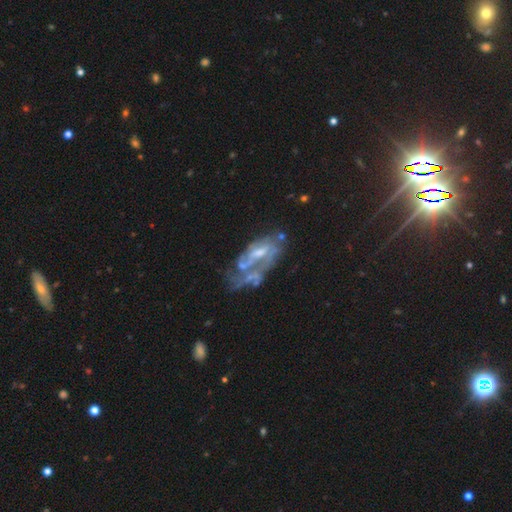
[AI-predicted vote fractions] Morphology: type=featured or disk (66%); edge-on=no (91%); bar=no (58%); spiral arms=yes (57%); bulge=small (46%); merging=none (34%).